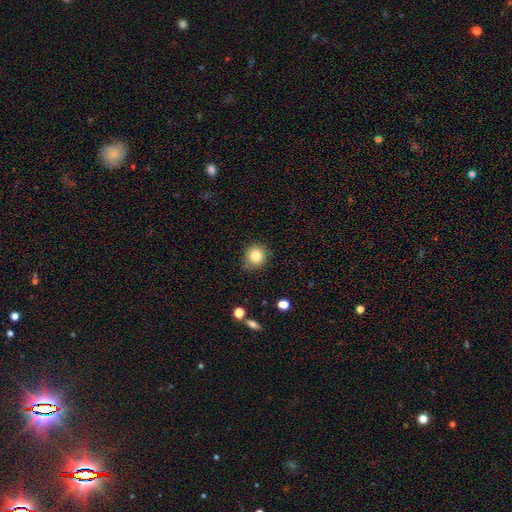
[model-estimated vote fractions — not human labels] Smooth or featured? smooth (82%)
How rounded? round (90%)
Merging? none (83%)